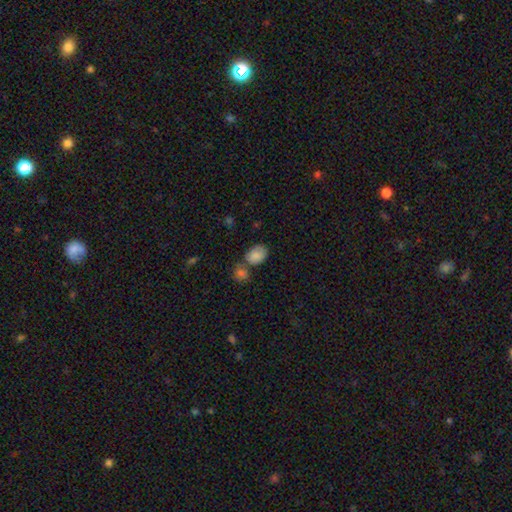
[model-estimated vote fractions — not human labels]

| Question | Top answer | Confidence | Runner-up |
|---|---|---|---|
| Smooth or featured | smooth | 85% | star or artifact (8%) |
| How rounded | in between | 72% | round (27%) |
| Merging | none | 50% | merger (28%) |